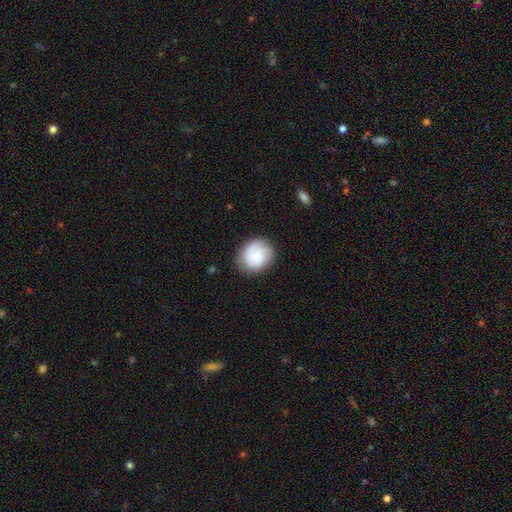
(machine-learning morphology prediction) Smooth or featured?
  - smooth: 60% *
  - featured or disk: 32%
  - star or artifact: 7%
How rounded?
  - round: 73% *
  - in between: 26%
  - cigar-shaped: 1%
Merging?
  - none: 79% *
  - minor disturbance: 15%
  - major disturbance: 5%
  - merger: 1%